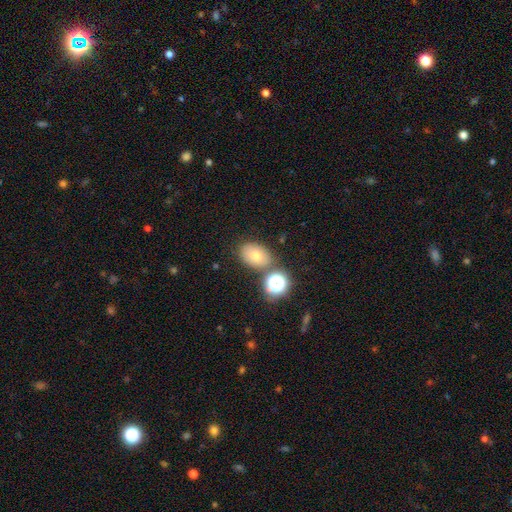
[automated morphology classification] smooth 71%, star or artifact 16%, featured or disk 13%. Down the decision tree: how rounded — in between (76%); merging — none (73%).